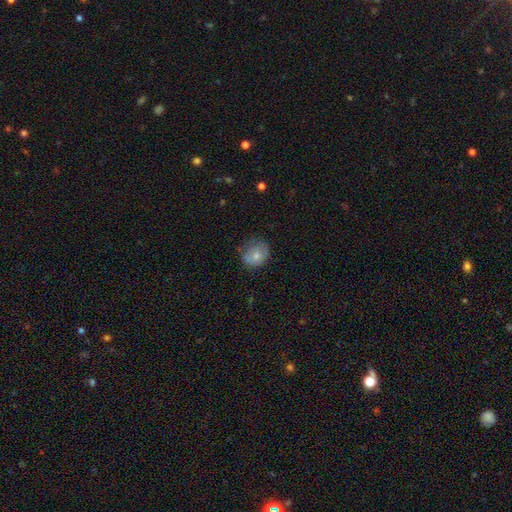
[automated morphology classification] Smooth or featured?
  - smooth: 68% *
  - featured or disk: 24%
  - star or artifact: 8%
How rounded?
  - round: 65% *
  - in between: 34%
  - cigar-shaped: 1%
Merging?
  - none: 61% *
  - minor disturbance: 28%
  - major disturbance: 9%
  - merger: 2%